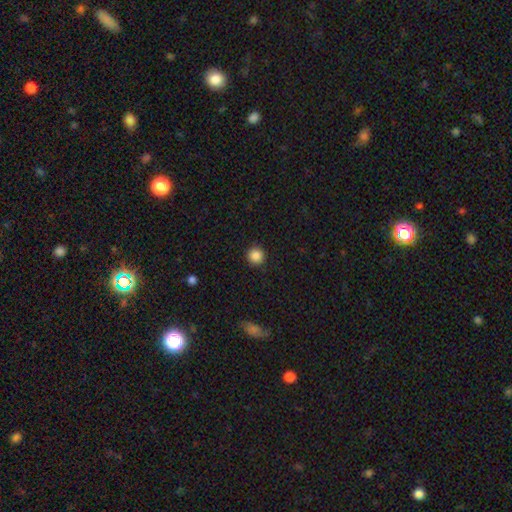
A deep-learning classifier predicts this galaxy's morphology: smooth-or-featured: smooth: 86% | star or artifact: 10% | featured or disk: 3%
  how-rounded: round: 96% | in between: 3% | cigar-shaped: 1%
  merging: none: 93% | minor disturbance: 4% | major disturbance: 2% | merger: 1%